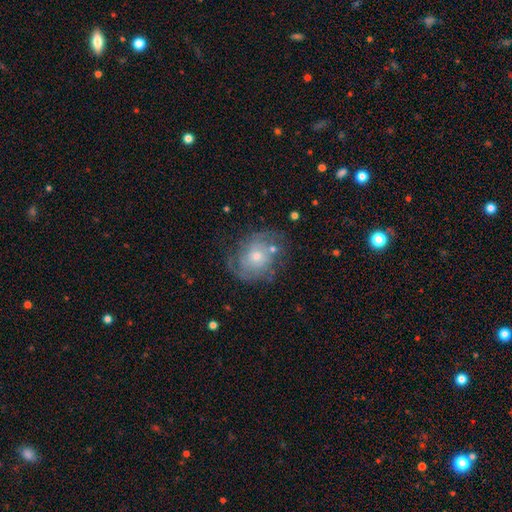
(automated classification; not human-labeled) This is likely a featured or disk galaxy (71%). It is clearly not viewed edge-on (97%). Bar: likely no (78%). Spiral arm pattern: clearly yes (85%). Spiral arm count: marginally 2 (44%). Spiral winding: marginally tight (45%). Central bulge: possibly small (48%). Merging: likely none (62%).